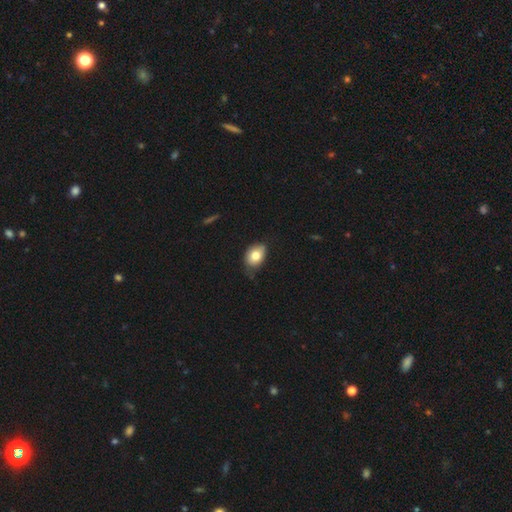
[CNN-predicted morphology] This appears to be a smooth galaxy with no disk features (79%) that is in between round and cigar-shaped (76%). Merging: none (56%).